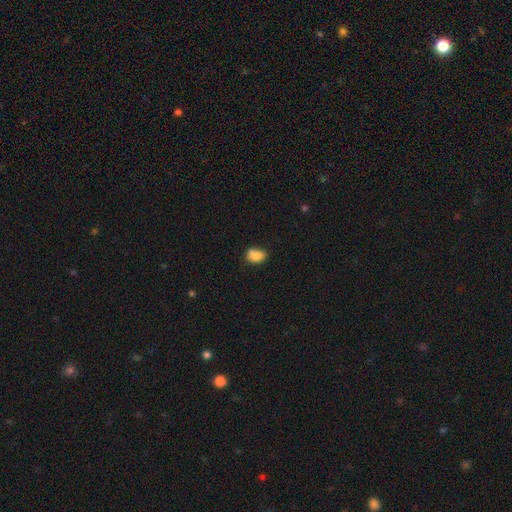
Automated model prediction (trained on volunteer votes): A smooth galaxy with no disk features (82%) that is in between round and cigar-shaped (75%). Merging: none (52%).